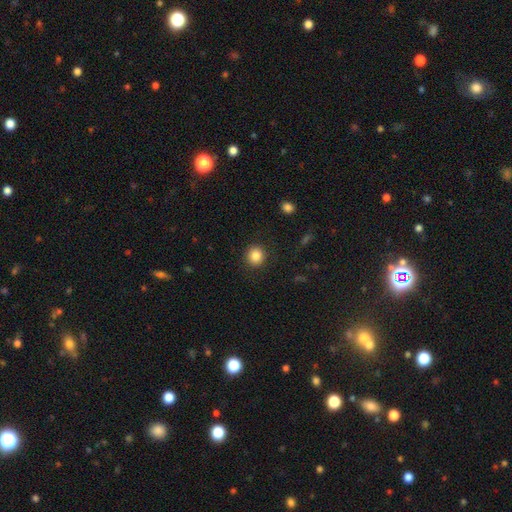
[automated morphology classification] This appears to be a smooth galaxy with no disk features (85%) that is round (89%). Merging: none (90%).